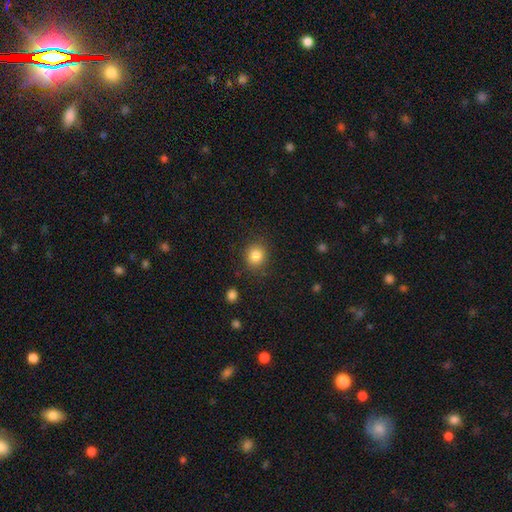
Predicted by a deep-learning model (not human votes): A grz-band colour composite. It shows a smooth galaxy with no disk features (85%) that is round (84%). Merging: none (86%).